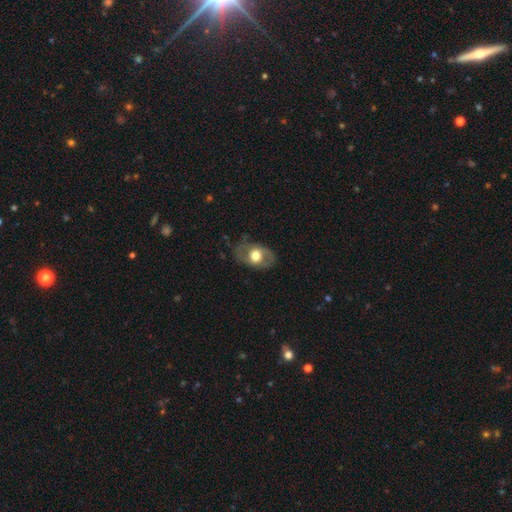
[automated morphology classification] A featured or disk galaxy (58%) with no bar (71%), spiral arms (55%) and a large central bulge (46%). Merging: none (69%).